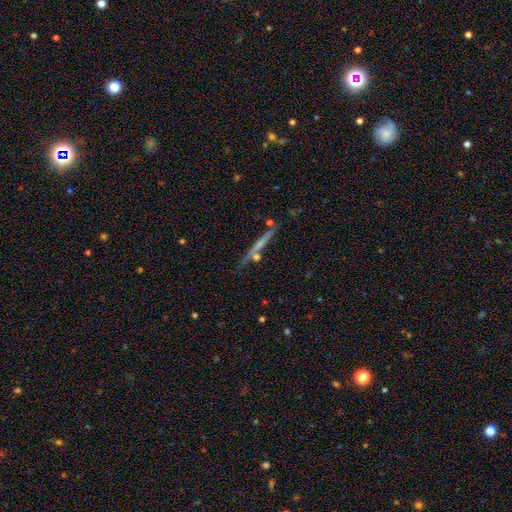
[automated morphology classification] A featured or disk galaxy (53%) viewed edge-on (93%). Merging: none (73%).